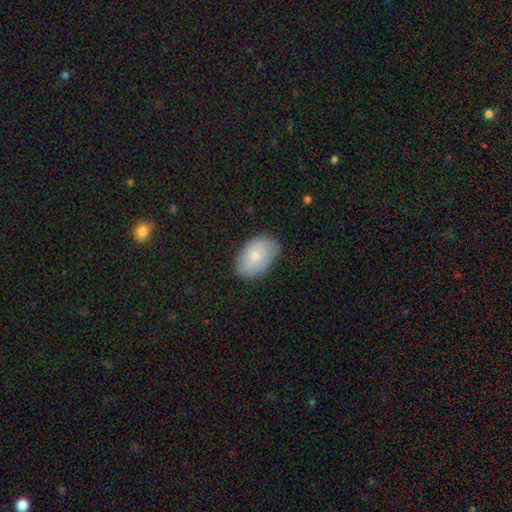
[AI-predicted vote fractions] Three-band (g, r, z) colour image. It shows a smooth galaxy with no disk features (68%) that is in between round and cigar-shaped (89%). Merging: none (76%).